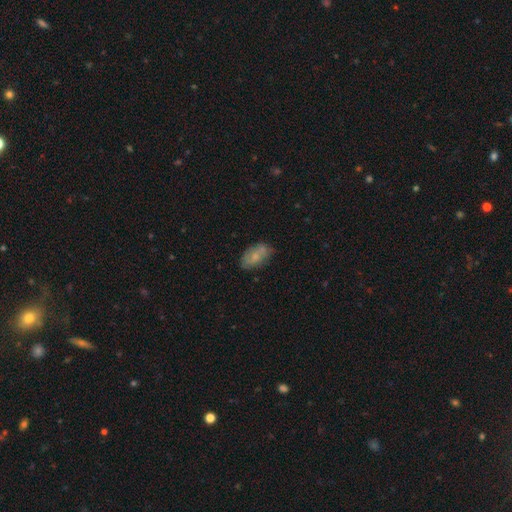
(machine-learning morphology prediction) Smooth or featured?
  - smooth: 65% *
  - featured or disk: 28%
  - star or artifact: 8%
How rounded?
  - in between: 91% *
  - round: 5%
  - cigar-shaped: 4%
Merging?
  - none: 64% *
  - minor disturbance: 22%
  - merger: 8%
  - major disturbance: 5%